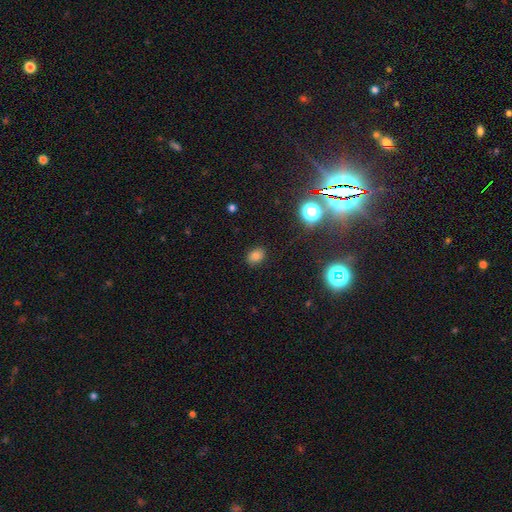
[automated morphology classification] Smooth or featured? Predicted: smooth (p=0.76). How rounded? Predicted: in between (p=0.66). Merging? Predicted: none (p=0.85).